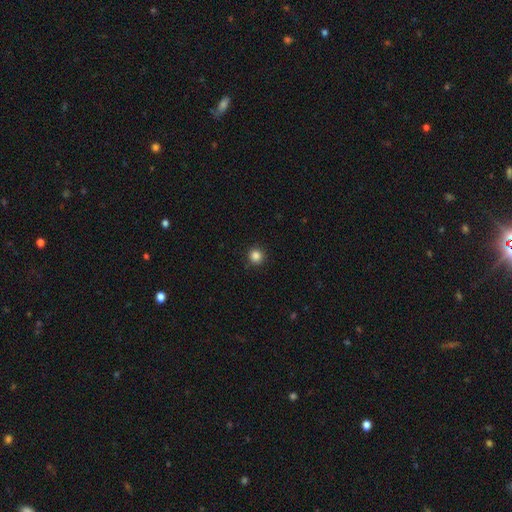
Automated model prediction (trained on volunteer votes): Q: Smooth or featured?
A: smooth (85%); runner-up: star or artifact (12%)
Q: How rounded?
A: round (94%); runner-up: in between (5%)
Q: Merging?
A: none (91%); runner-up: minor disturbance (6%)